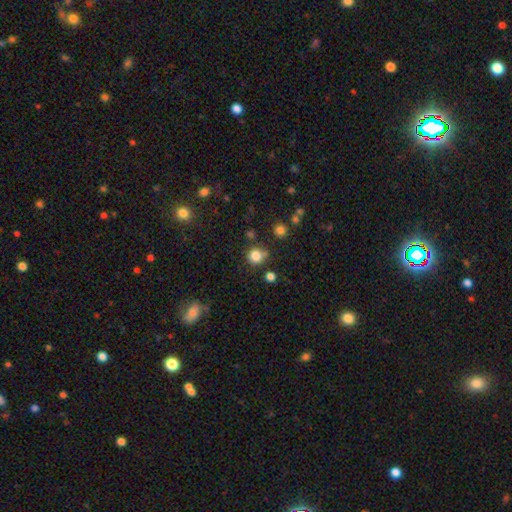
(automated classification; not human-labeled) The model was most divided on "merging": none: 76%, minor disturbance: 12%, merger: 8%, major disturbance: 4%. More confident: how rounded — round (91%); smooth or featured — smooth (82%).